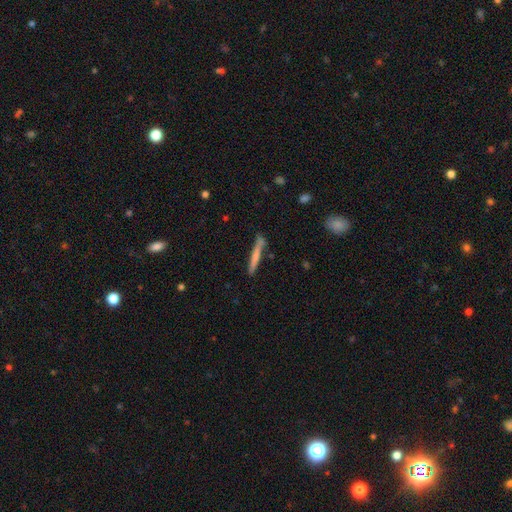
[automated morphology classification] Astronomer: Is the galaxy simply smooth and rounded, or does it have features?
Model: smooth — 61%.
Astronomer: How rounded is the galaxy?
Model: cigar-shaped — 95%.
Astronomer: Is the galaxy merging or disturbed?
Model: none — 77%.